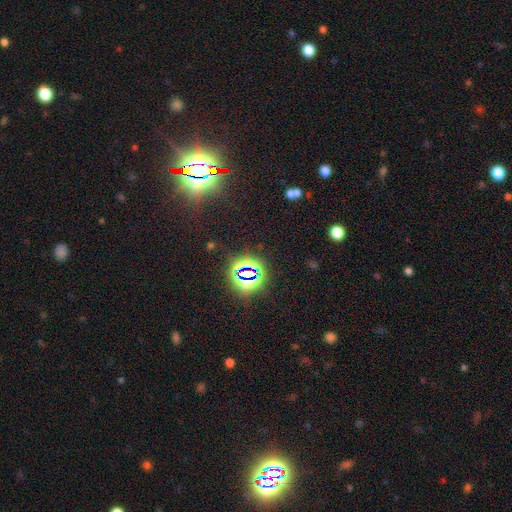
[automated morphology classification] Smooth or featured: star or artifact — 83% (smooth — 10%)